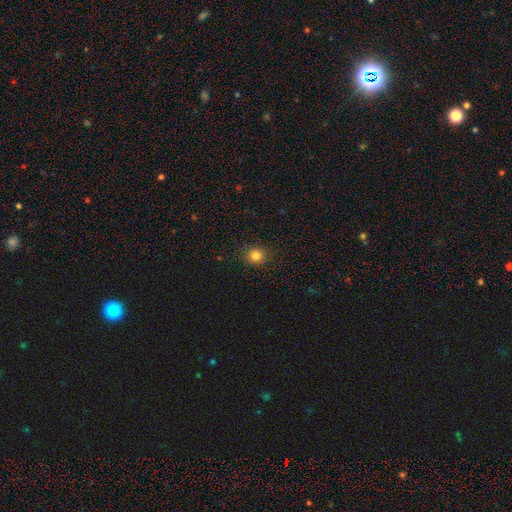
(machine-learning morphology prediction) Overall: smooth (82%). How rounded: round (85%). Merging: none (90%).